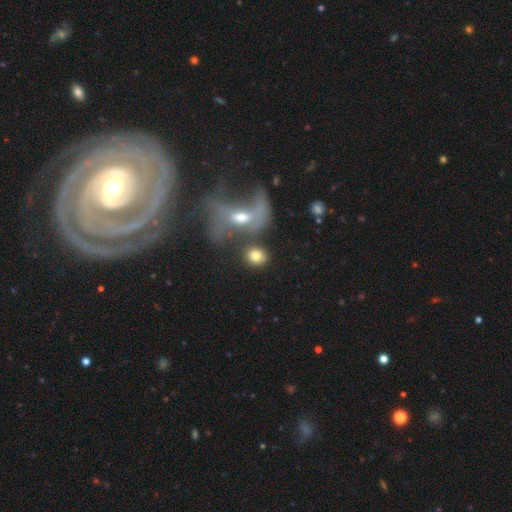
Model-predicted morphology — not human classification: This is likely a smooth galaxy (77%). How rounded: likely round (71%). Merging: possibly none (59%).